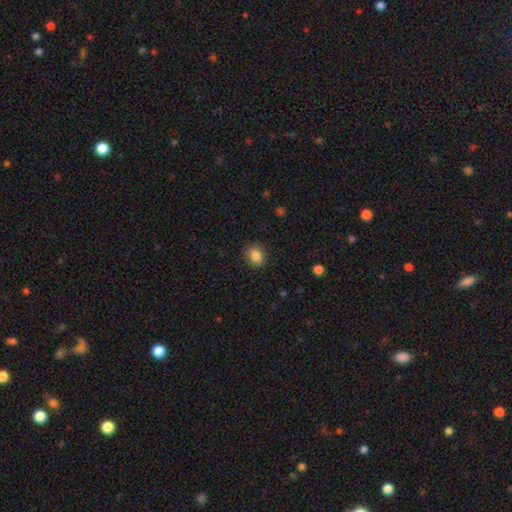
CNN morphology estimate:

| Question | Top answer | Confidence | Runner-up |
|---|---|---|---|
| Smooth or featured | smooth | 85% | star or artifact (10%) |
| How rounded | in between | 50% | round (49%) |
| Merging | none | 88% | minor disturbance (8%) |